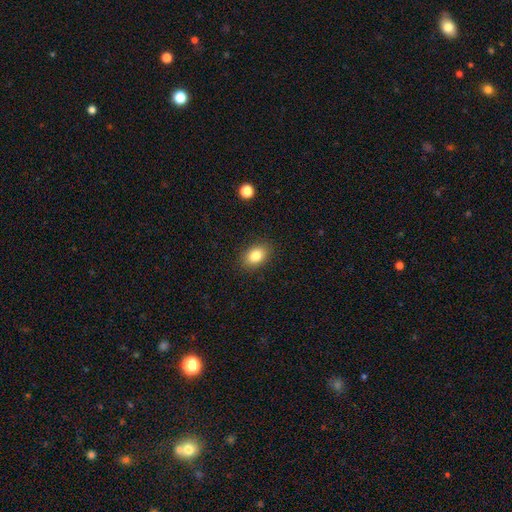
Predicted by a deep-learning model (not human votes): Morphology: type=smooth (84%); roundness=in between (80%); merging=none (88%).